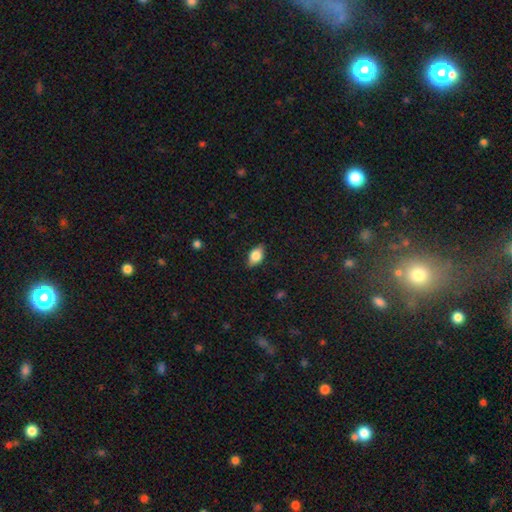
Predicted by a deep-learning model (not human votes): smooth-or-featured: smooth: 71% | featured or disk: 21% | star or artifact: 8%
  how-rounded: in between: 85% | round: 10% | cigar-shaped: 5%
  merging: none: 82% | minor disturbance: 14% | major disturbance: 3% | merger: 1%